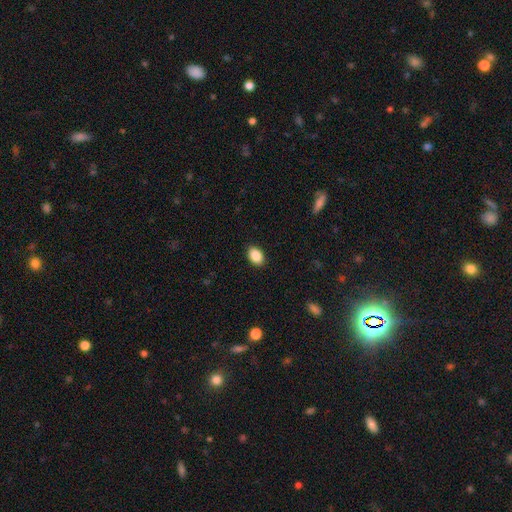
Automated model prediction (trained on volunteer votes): This appears to be a smooth galaxy with no disk features (89%) that is in between round and cigar-shaped (83%). Merging: none (90%).